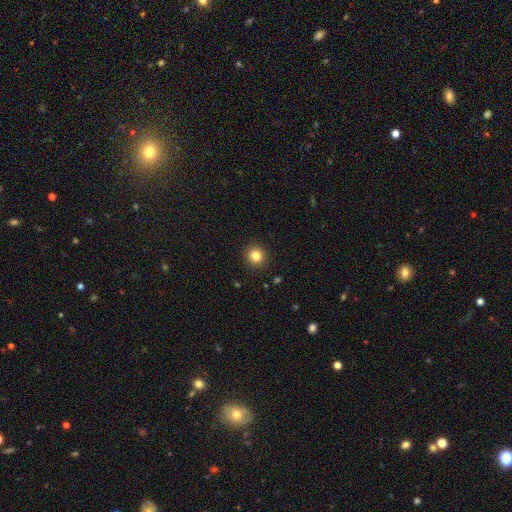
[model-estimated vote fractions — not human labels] Smooth or featured: smooth — 84% (star or artifact — 11%)
How rounded: round — 92% (in between — 7%)
Merging: none — 92% (minor disturbance — 5%)